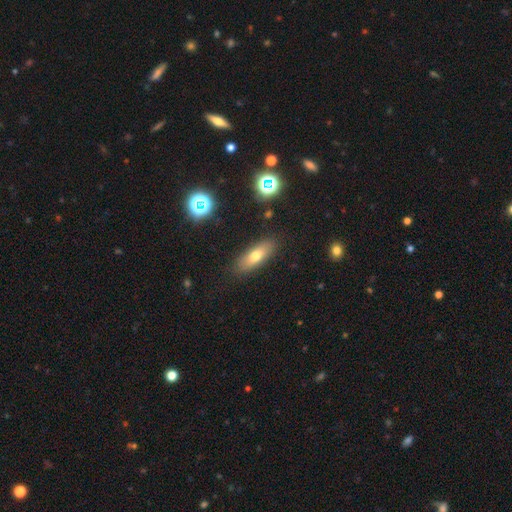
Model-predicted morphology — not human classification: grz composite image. It shows a smooth galaxy with no disk features (67%) that is in between round and cigar-shaped (65%). Merging: none (86%).